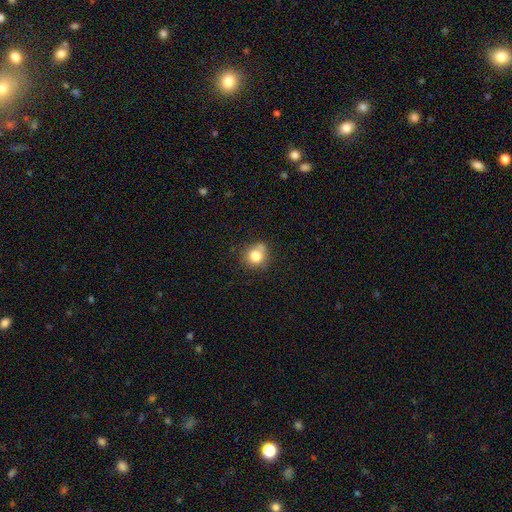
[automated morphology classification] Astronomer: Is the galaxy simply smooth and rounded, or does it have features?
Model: smooth — 78%.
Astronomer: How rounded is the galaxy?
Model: round — 79%.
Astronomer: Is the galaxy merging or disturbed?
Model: none — 63%.